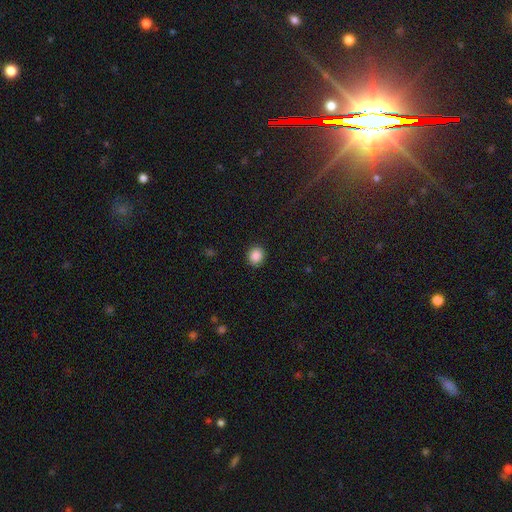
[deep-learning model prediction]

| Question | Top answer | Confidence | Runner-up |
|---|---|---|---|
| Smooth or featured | smooth | 87% | star or artifact (9%) |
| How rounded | round | 82% | in between (17%) |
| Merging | none | 91% | minor disturbance (6%) |